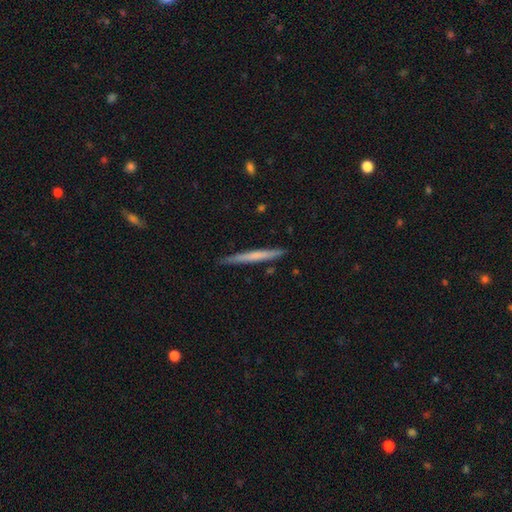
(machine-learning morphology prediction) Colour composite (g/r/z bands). It shows a smooth galaxy with no disk features (53%) that is cigar-shaped (97%). Merging: none (88%).